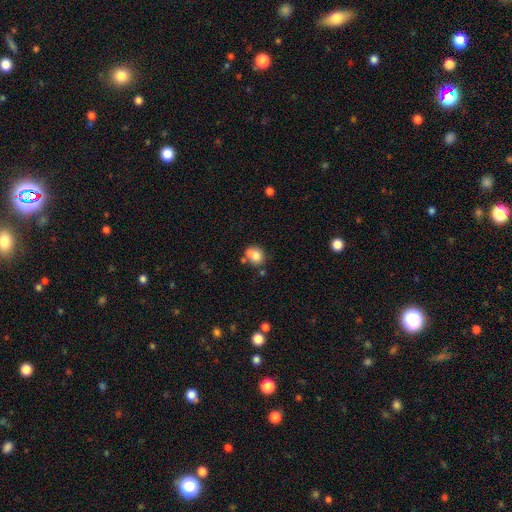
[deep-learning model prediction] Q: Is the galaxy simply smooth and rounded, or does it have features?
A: smooth — 72%.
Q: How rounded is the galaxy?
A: round — 70%.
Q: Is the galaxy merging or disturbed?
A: merger — 43%.